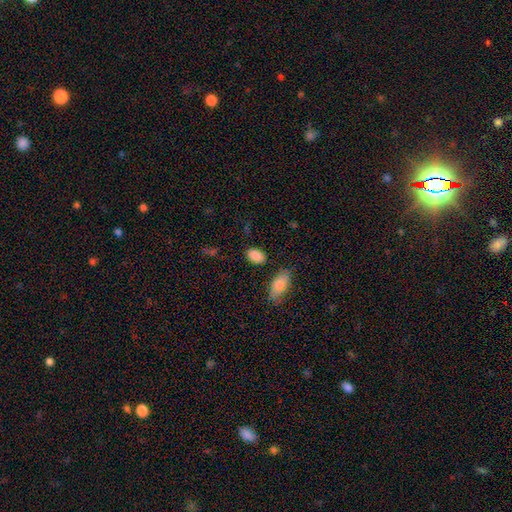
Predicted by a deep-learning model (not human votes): Q: Smooth or featured?
A: smooth (88%); runner-up: star or artifact (8%)
Q: How rounded?
A: in between (89%); runner-up: round (9%)
Q: Merging?
A: none (83%); runner-up: minor disturbance (11%)